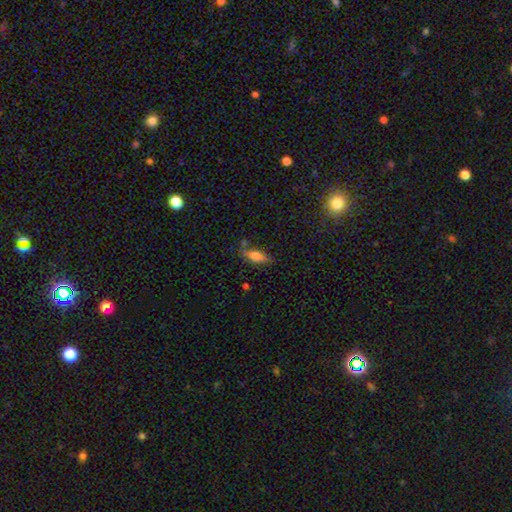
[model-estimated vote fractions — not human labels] smooth 73%, featured or disk 18%, star or artifact 9%. Down the decision tree: how rounded — in between (69%); merging — none (64%).